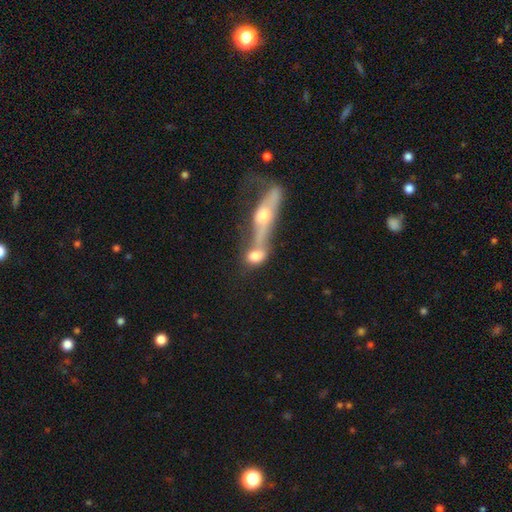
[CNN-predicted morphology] The model was most divided on "how rounded": in between: 58%, round: 29%, cigar-shaped: 13%. More confident: smooth or featured — smooth (67%); merging — merger (59%).